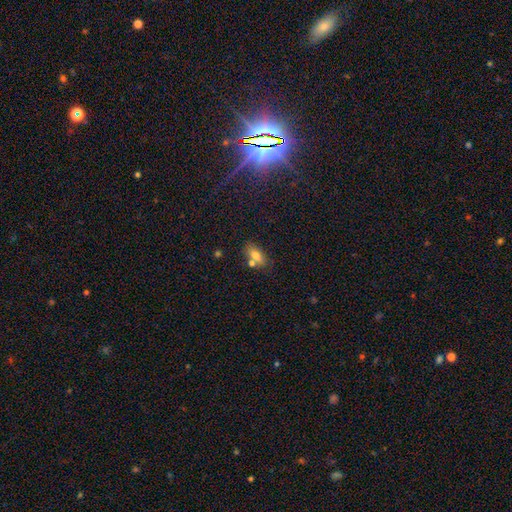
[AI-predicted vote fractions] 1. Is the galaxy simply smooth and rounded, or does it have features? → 74% smooth, 16% featured or disk, 10% star or artifact.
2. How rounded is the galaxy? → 84% in between, 10% cigar-shaped, 6% round.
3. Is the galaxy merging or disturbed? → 62% none, 20% merger, 14% minor disturbance, 4% major disturbance.